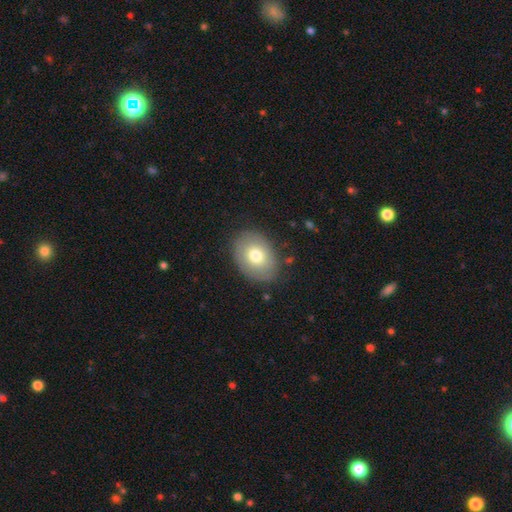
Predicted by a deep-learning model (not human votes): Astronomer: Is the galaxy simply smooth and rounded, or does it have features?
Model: smooth — 72%.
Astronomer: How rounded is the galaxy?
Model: in between — 71%.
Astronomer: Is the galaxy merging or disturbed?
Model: none — 82%.